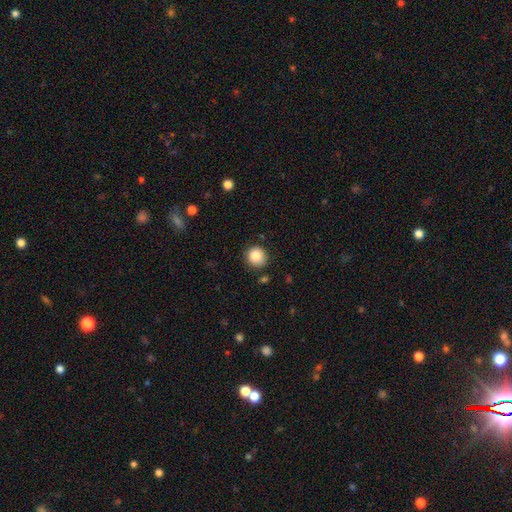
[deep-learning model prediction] Smooth or featured: smooth — 86% (star or artifact — 9%)
How rounded: round — 91% (in between — 8%)
Merging: none — 86% (minor disturbance — 9%)